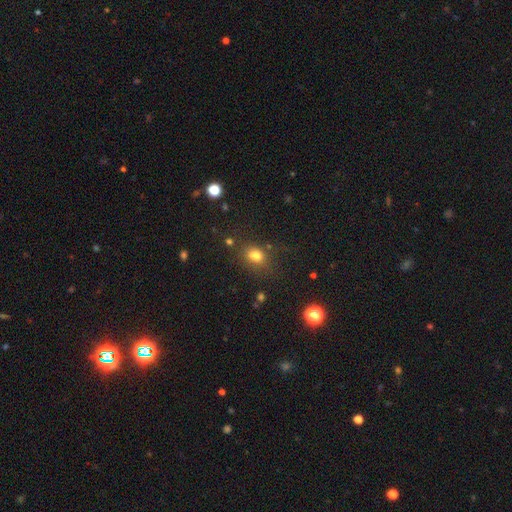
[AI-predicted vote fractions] Smooth or featured: smooth — 76% (star or artifact — 15%)
How rounded: in between — 62% (round — 36%)
Merging: none — 68% (minor disturbance — 18%)